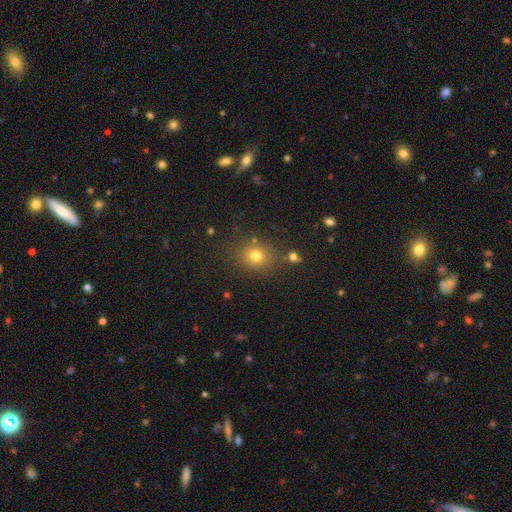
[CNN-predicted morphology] Smooth or featured: smooth — 73% (star or artifact — 18%)
How rounded: round — 73% (in between — 26%)
Merging: none — 79% (minor disturbance — 11%)